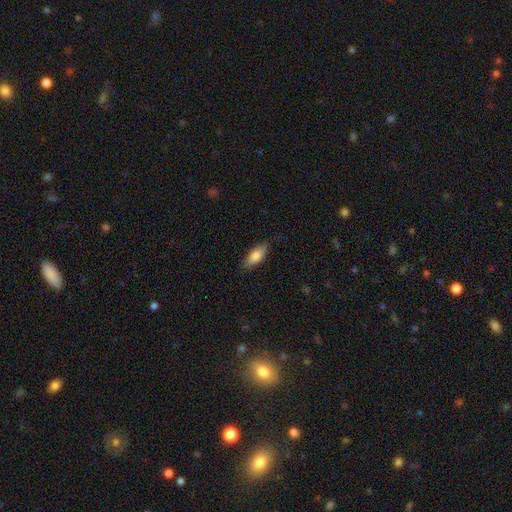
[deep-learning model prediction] A smooth galaxy with no disk features (79%) that is in between round and cigar-shaped (74%). Merging: none (82%).